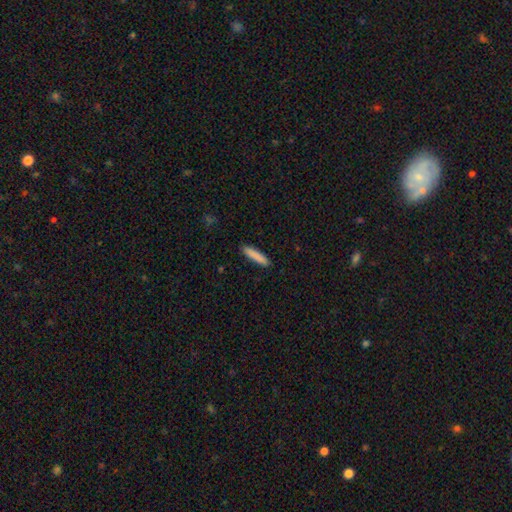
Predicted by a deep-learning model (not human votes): Morphology: type=smooth (86%); roundness=cigar-shaped (88%); merging=none (90%).